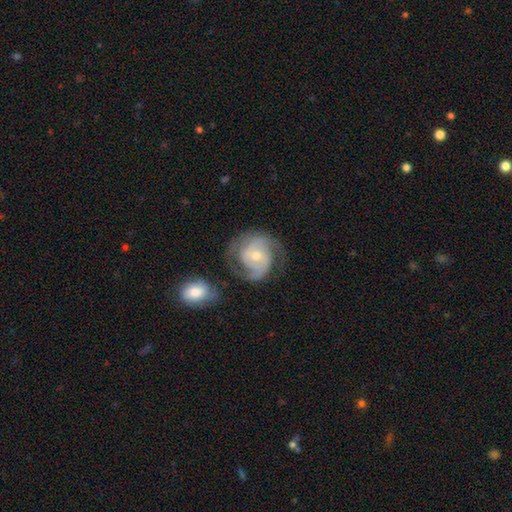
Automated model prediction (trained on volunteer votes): smooth-or-featured: featured or disk: 84% | smooth: 11% | star or artifact: 5%
  disk-edge-on: no: 98% | yes: 2%
    bar: no: 60% | weak: 32% | strong: 8%
    has-spiral-arms: yes: 95% | no: 5%
      spiral-winding: tight: 48% | medium: 41% | loose: 11%
      spiral-arm-count: 2: 66% | 3: 13% | can't tell: 13% | 1: 4% | 4: 3% | more than 4: 2%
    bulge-size: moderate: 48% (tied) | small: 48% (tied) | large: 2% | none: 1% | dominant: 1%
  merging: none: 63% | minor disturbance: 20% | major disturbance: 12% | merger: 5%